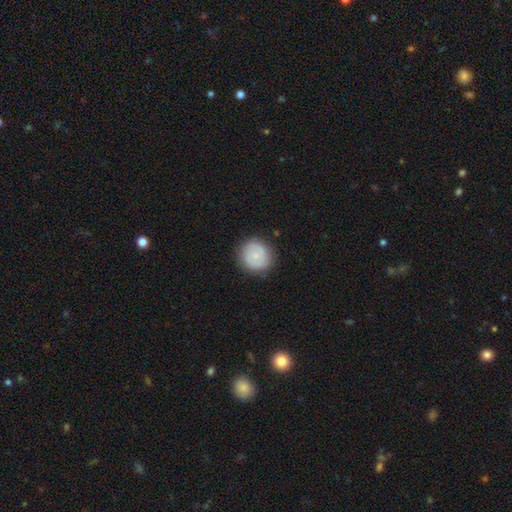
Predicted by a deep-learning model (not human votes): smooth_or_featured: smooth (p=0.65) [alt: featured or disk p=0.28]
how_rounded: round (p=0.92) [alt: in between p=0.07]
merging: none (p=0.85) [alt: minor disturbance p=0.11]